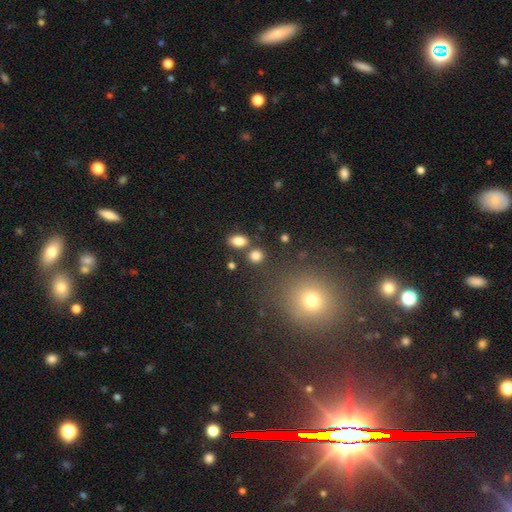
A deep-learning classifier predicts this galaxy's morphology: A smooth galaxy with no disk features (83%) that is in between round and cigar-shaped (51%). Merging: none (74%).